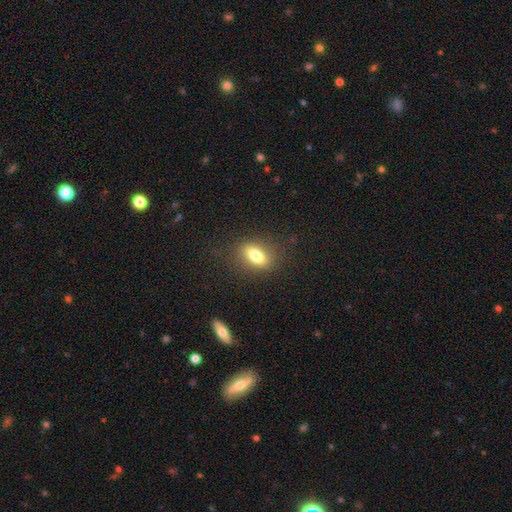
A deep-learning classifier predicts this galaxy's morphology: A smooth galaxy with no disk features (76%) that is in between round and cigar-shaped (79%).

Vote fractions:
- Smooth or featured? smooth: 76% / featured or disk: 14% / star or artifact: 9%
- How rounded? in between: 79% / round: 11% / cigar-shaped: 10%
- Merging? none: 82% / minor disturbance: 12% / major disturbance: 5% / merger: 1%